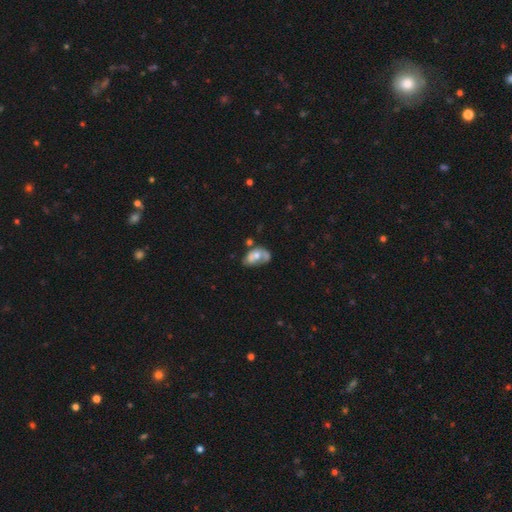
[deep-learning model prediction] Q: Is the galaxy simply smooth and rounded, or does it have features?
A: smooth — 49%.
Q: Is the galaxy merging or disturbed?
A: minor disturbance — 28%.